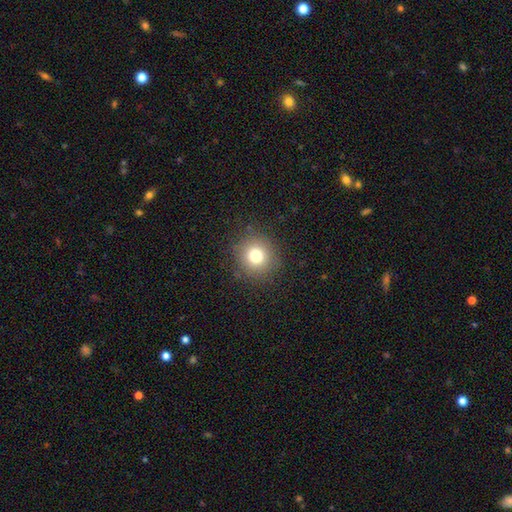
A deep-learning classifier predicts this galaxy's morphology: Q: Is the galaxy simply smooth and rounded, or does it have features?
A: smooth — 76%.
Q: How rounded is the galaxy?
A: round — 91%.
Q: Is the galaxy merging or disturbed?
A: none — 88%.